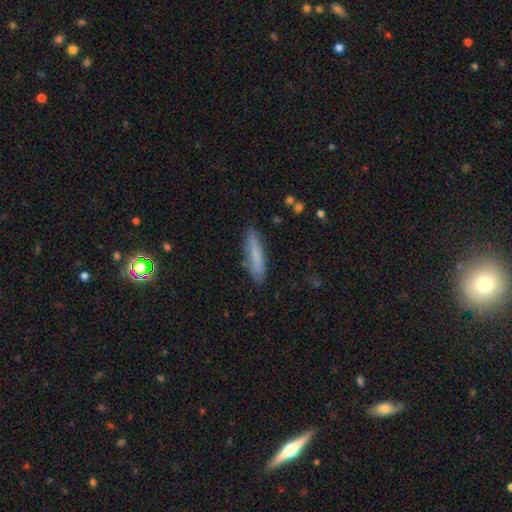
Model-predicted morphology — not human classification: Smooth or featured: smooth — 72% (featured or disk — 19%)
How rounded: cigar-shaped — 84% (in between — 14%)
Merging: none — 83% (minor disturbance — 12%)